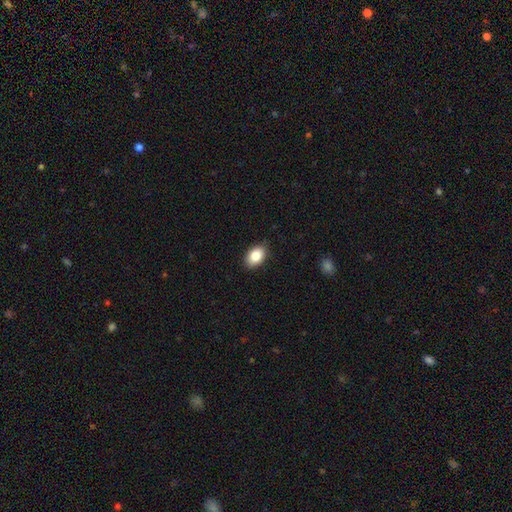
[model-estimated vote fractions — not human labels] smooth-or-featured: smooth: 85% | star or artifact: 7% | featured or disk: 7%
  how-rounded: in between: 88% | round: 11% | cigar-shaped: 1%
  merging: none: 87% | minor disturbance: 10% | major disturbance: 2% | merger: 1%